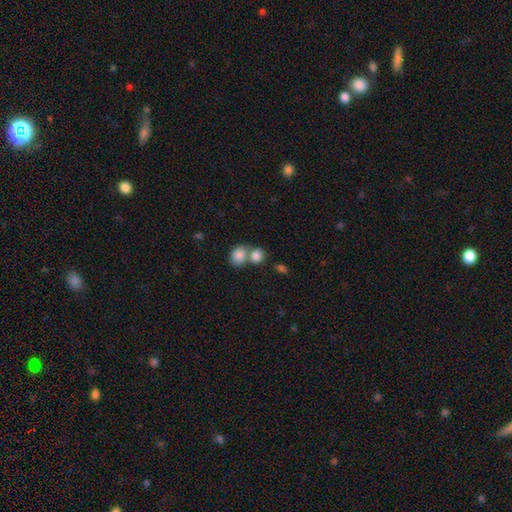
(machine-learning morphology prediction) type=smooth (84%); roundness=round (60%); merging=merger (54%).